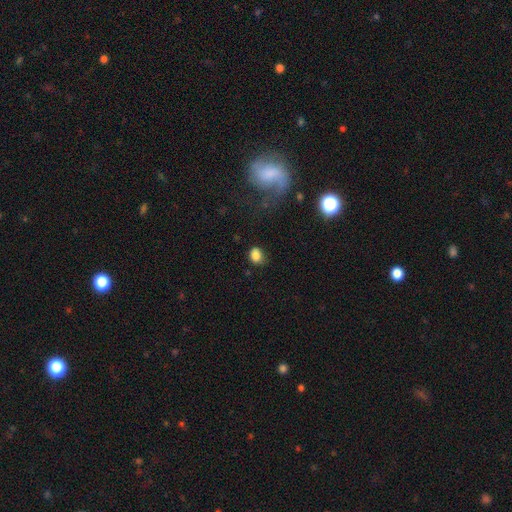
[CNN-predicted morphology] Smooth or featured? smooth (83%)
How rounded? in between (56%)
Merging? none (73%)